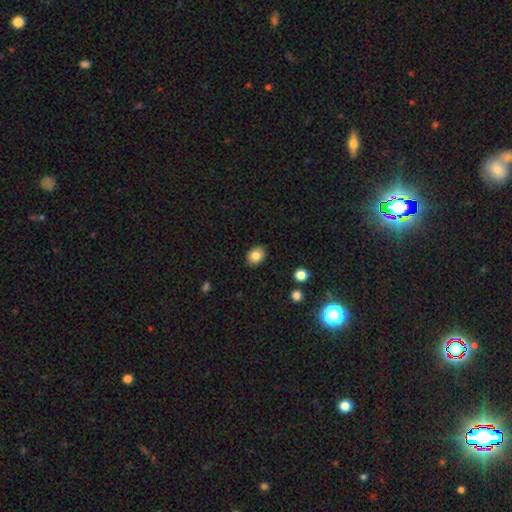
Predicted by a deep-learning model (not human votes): Smooth or featured? Predicted: smooth (p=0.83). How rounded? Predicted: in between (p=0.63). Merging? Predicted: none (p=0.89).